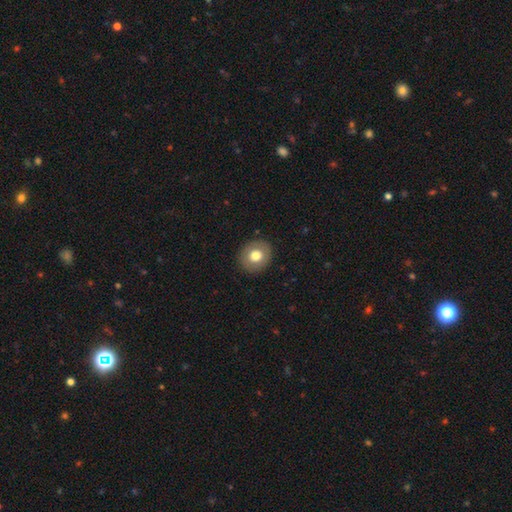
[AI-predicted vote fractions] This is likely a smooth galaxy (71%). How rounded: likely round (73%). Merging: clearly none (90%).